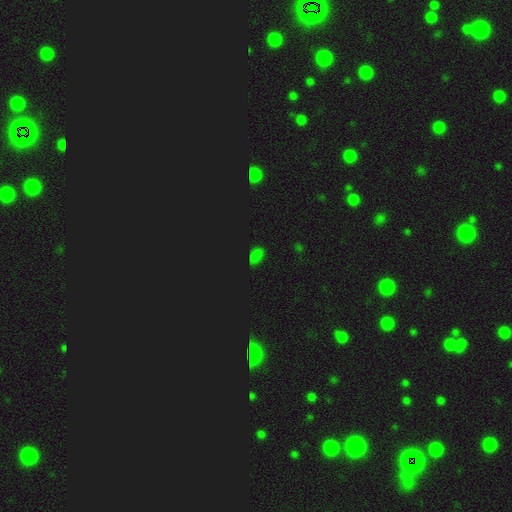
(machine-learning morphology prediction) smooth_or_featured: smooth (p=0.57) [alt: star or artifact p=0.38]
how_rounded: in between (p=0.82) [alt: round p=0.15]
merging: none (p=0.77) [alt: minor disturbance p=0.17]